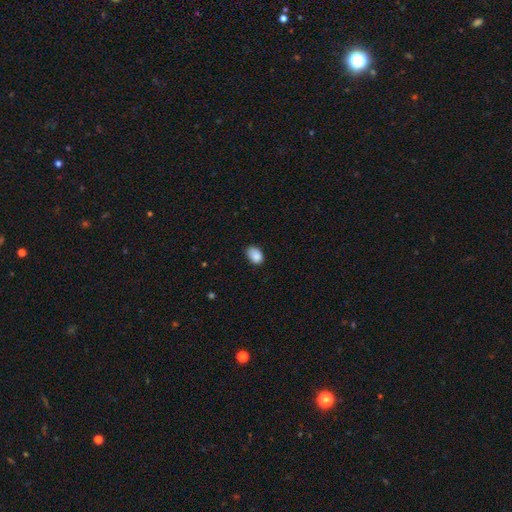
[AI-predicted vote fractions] Morphology: type=smooth (88%); roundness=in between (83%); merging=none (69%).